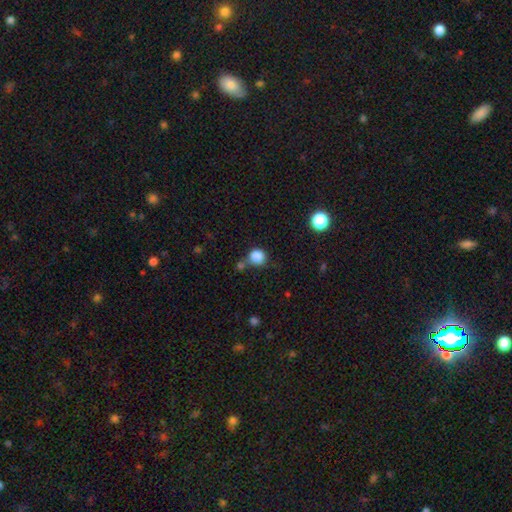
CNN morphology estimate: Smooth or featured? smooth (84%)
How rounded? round (85%)
Merging? none (58%)